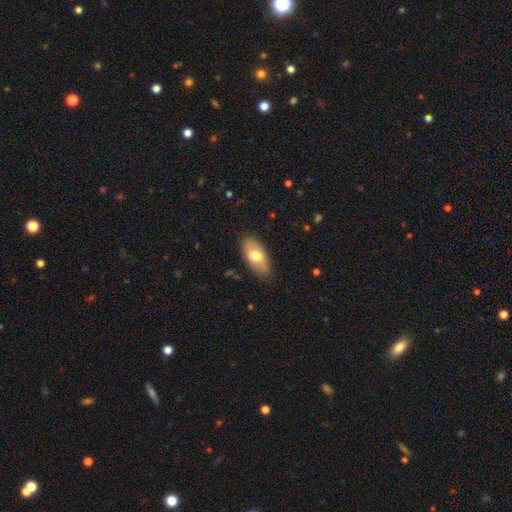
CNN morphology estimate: A smooth galaxy with no disk features (71%) that is in between round and cigar-shaped (91%). Merging: none (83%).